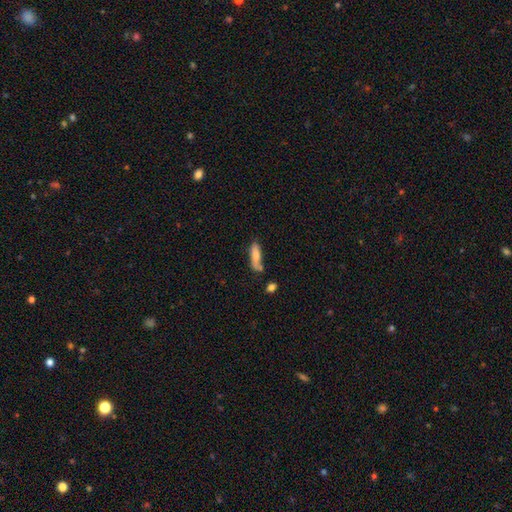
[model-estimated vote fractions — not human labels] This is likely a smooth galaxy (71%). How rounded: possibly cigar-shaped (51%). Merging: possibly none (50%).